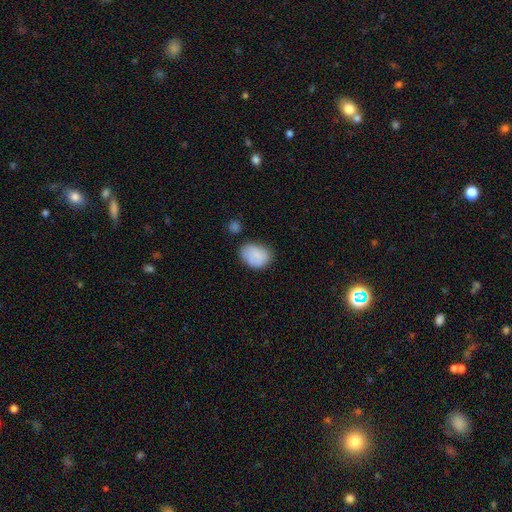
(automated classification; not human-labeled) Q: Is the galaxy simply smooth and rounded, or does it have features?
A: smooth — 85%.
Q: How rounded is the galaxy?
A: in between — 72%.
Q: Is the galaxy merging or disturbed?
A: none — 63%.